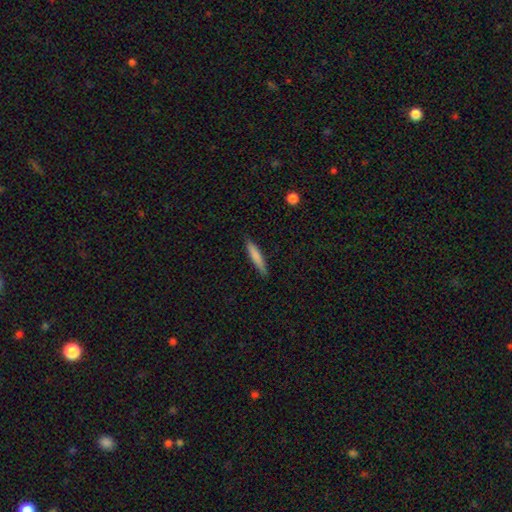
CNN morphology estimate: The model was most divided on "smooth or featured": smooth: 78%, featured or disk: 17%, star or artifact: 6%. More confident: how rounded — cigar-shaped (90%); merging — none (88%).